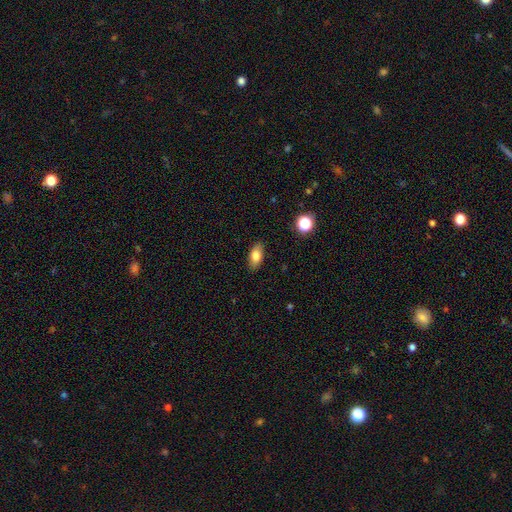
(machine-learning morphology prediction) Q: Smooth or featured?
A: smooth (81%); runner-up: featured or disk (10%)
Q: How rounded?
A: in between (88%); runner-up: cigar-shaped (7%)
Q: Merging?
A: none (87%); runner-up: minor disturbance (10%)